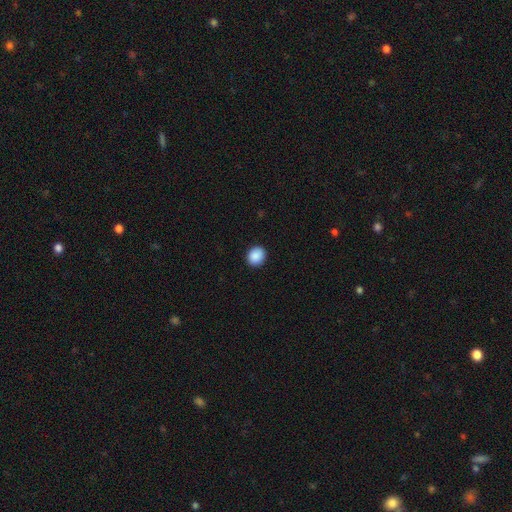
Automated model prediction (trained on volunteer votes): Smooth or featured?
  - smooth: 89% *
  - star or artifact: 8%
  - featured or disk: 2%
How rounded?
  - round: 79% *
  - in between: 20%
  - cigar-shaped: 1%
Merging?
  - none: 92% *
  - minor disturbance: 6%
  - major disturbance: 2%
  - merger: 1%